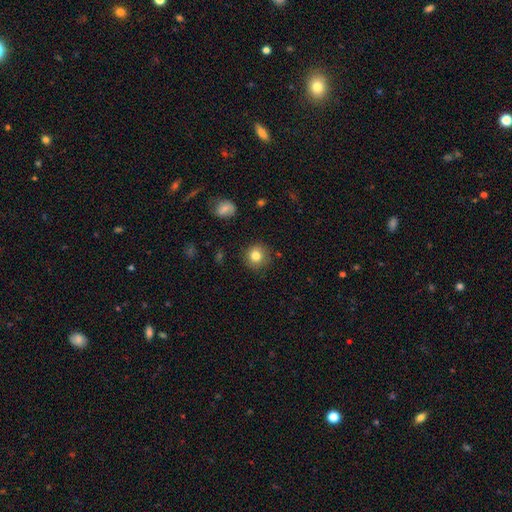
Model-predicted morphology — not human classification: This appears to be a smooth galaxy with no disk features (81%) that is round (92%). Merging: none (88%).